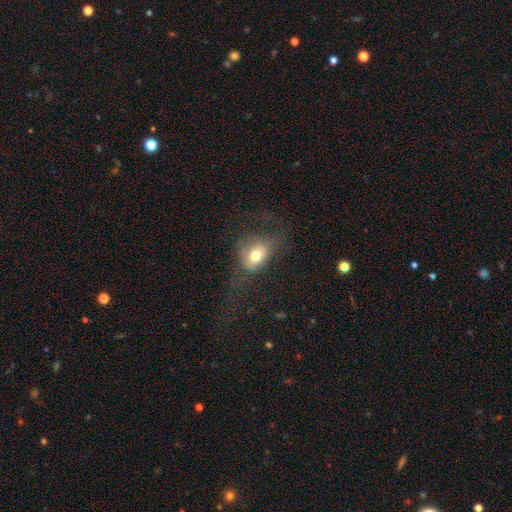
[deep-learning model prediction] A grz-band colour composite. It shows a smooth galaxy with no disk features (70%) that is in between round and cigar-shaped (64%). Merging: none (48%).